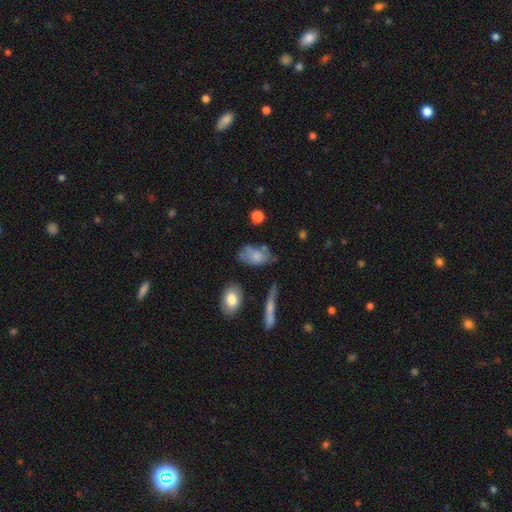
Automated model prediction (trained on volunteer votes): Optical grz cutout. It shows a smooth galaxy with no disk features (70%) that is in between round and cigar-shaped (88%). Merging: none (45%).